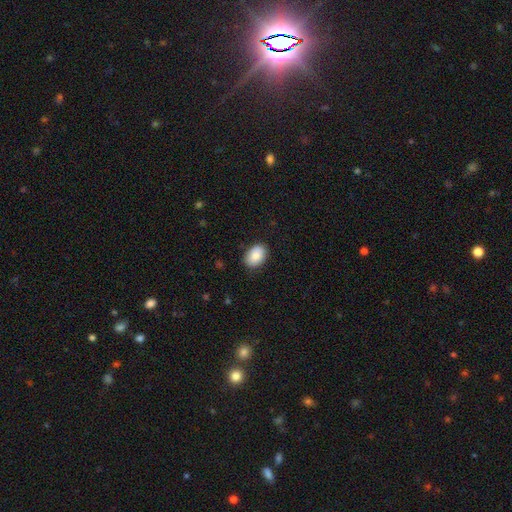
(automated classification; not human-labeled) This is clearly a smooth galaxy (86%). How rounded: clearly in between (83%). Merging: clearly none (86%).